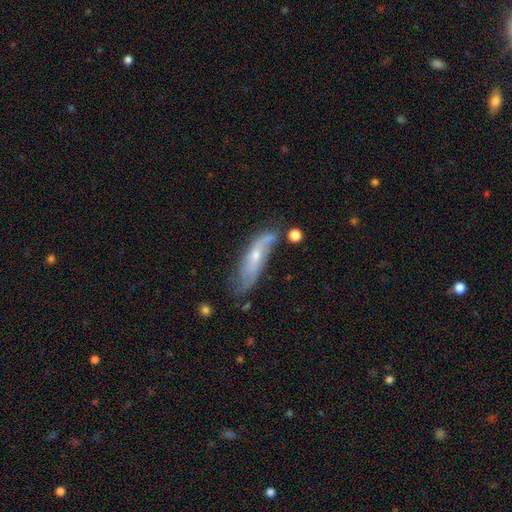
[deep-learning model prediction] Smooth or featured? Predicted: featured or disk (p=0.61). Edge-on disk? Predicted: no (p=0.71). Merging? Predicted: none (p=0.52).